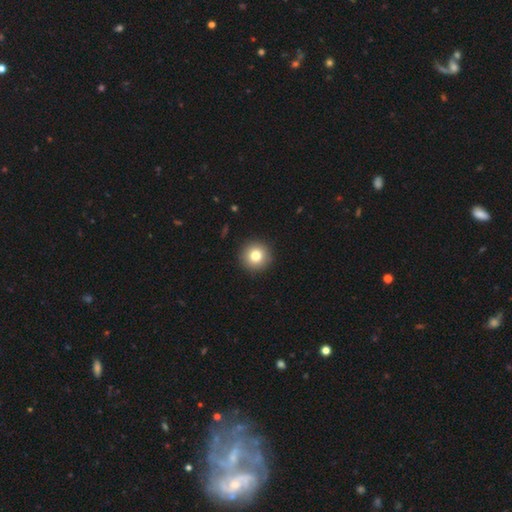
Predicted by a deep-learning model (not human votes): smooth-or-featured: smooth: 80% | star or artifact: 10% | featured or disk: 10%
  how-rounded: round: 96% | in between: 3% | cigar-shaped: 1%
  merging: none: 93% | minor disturbance: 5% | major disturbance: 2% | merger: 1%